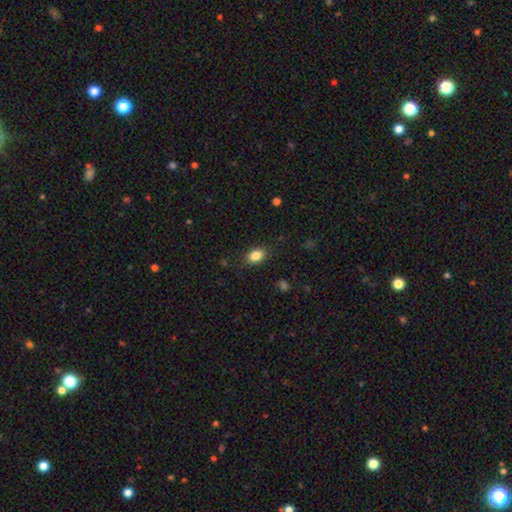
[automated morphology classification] Smooth or featured?
  - smooth: 85% *
  - star or artifact: 9%
  - featured or disk: 6%
How rounded?
  - in between: 76% *
  - round: 23%
  - cigar-shaped: 2%
Merging?
  - none: 83% *
  - minor disturbance: 12%
  - major disturbance: 3%
  - merger: 1%